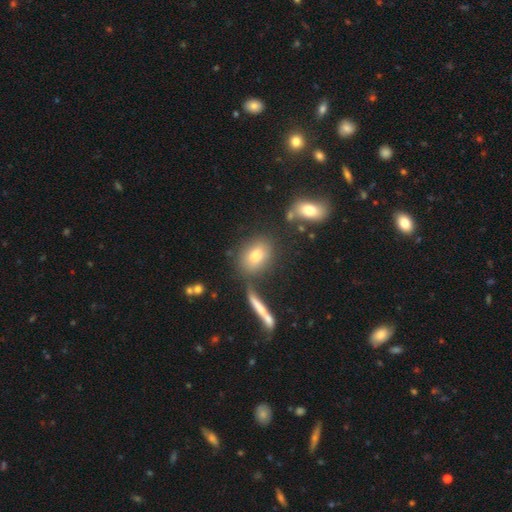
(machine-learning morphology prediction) Overall: smooth (76%). How rounded: in between (68%). Merging: none (71%).